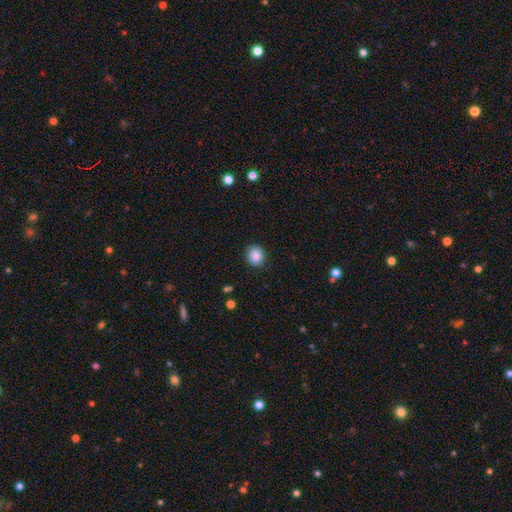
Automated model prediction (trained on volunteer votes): Overall: smooth (87%). How rounded: round (76%). Merging: none (87%).